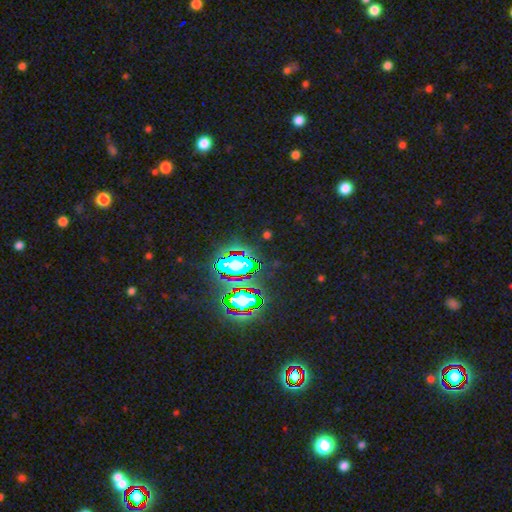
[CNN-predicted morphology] This appears to be a star or artifact, not a galaxy (83%).